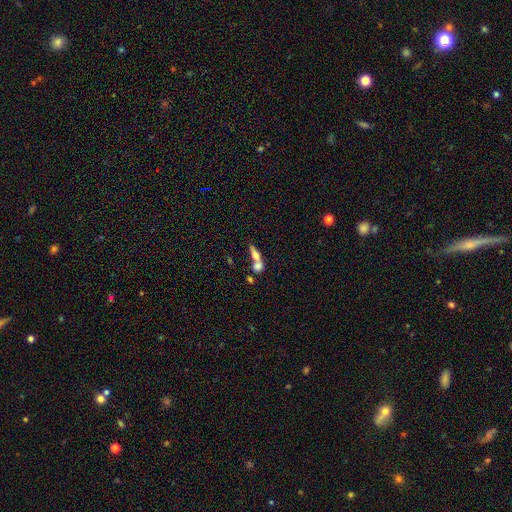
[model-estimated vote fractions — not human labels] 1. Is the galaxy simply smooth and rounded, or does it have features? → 59% smooth, 32% featured or disk, 9% star or artifact.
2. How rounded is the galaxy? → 50% in between, 32% cigar-shaped, 17% round.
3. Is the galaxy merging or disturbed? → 61% merger, 26% none, 8% minor disturbance, 6% major disturbance.